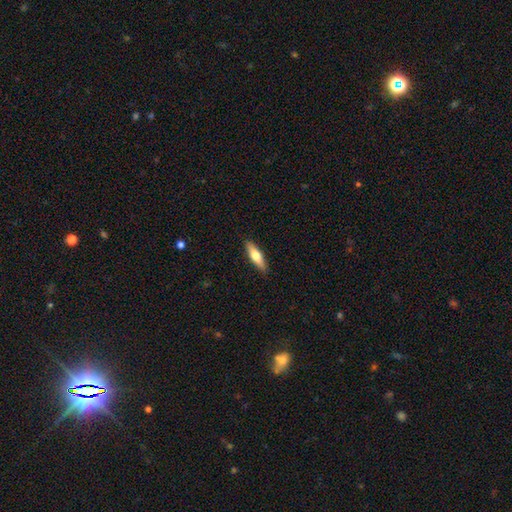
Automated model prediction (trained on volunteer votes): A smooth galaxy with no disk features (59%) that is cigar-shaped (62%).

Vote fractions:
- Smooth or featured? smooth: 59% / featured or disk: 35% / star or artifact: 6%
- How rounded? cigar-shaped: 62% / in between: 36% / round: 2%
- Merging? none: 89% / minor disturbance: 8% / major disturbance: 2% / merger: 1%